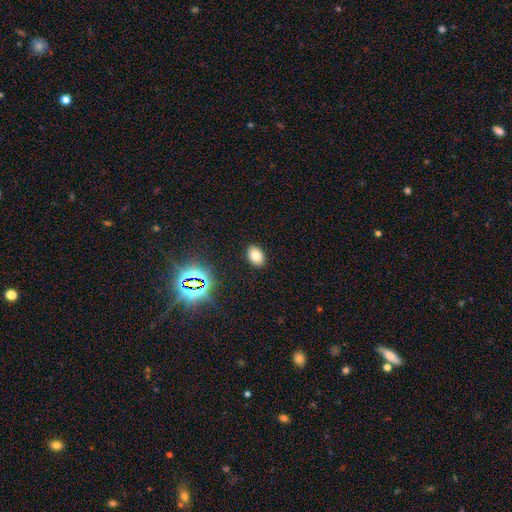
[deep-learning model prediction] Q: Smooth or featured?
A: smooth (78%); runner-up: star or artifact (16%)
Q: How rounded?
A: in between (84%); runner-up: round (14%)
Q: Merging?
A: none (89%); runner-up: minor disturbance (8%)